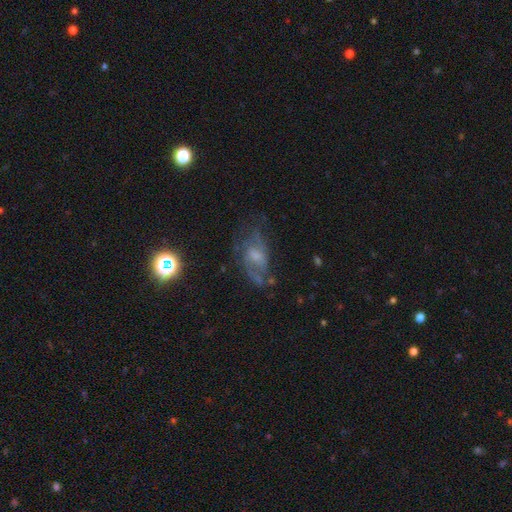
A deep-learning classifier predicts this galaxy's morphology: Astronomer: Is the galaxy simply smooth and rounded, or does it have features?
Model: featured or disk — 62%.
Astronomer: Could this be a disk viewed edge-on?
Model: no — 94%.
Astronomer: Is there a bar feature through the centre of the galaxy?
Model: no — 57% (runner-up: weak, 36%).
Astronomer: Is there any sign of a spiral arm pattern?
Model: yes — 70%.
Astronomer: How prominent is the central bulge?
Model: moderate — 40% (runner-up: small, 38%).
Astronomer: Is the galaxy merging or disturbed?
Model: none — 50%.